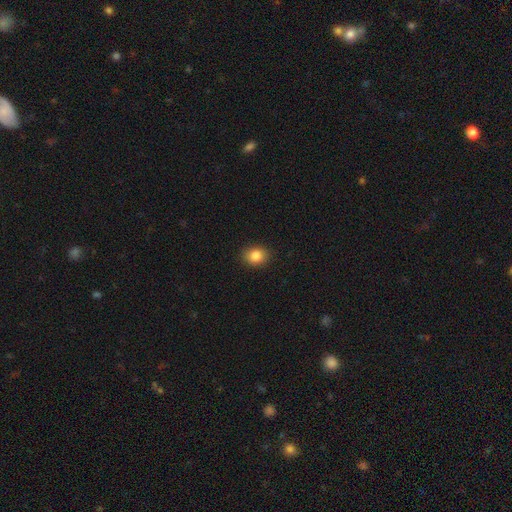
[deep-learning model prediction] Smooth or featured? smooth (85%)
How rounded? round (54%)
Merging? none (89%)